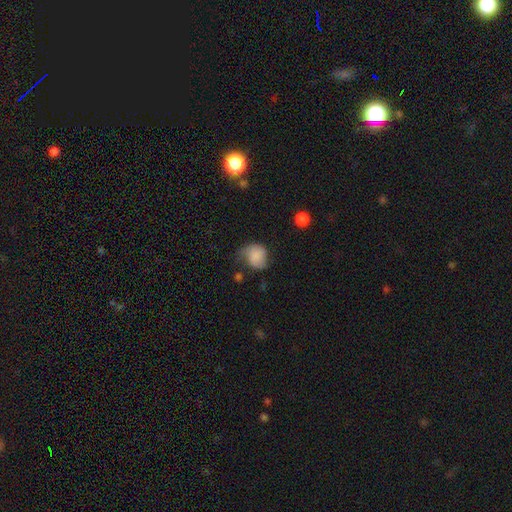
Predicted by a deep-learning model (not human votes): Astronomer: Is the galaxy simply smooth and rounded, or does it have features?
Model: smooth — 75%.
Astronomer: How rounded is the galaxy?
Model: round — 64%.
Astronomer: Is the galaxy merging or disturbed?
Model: minor disturbance — 40% (runner-up: none, 37%).